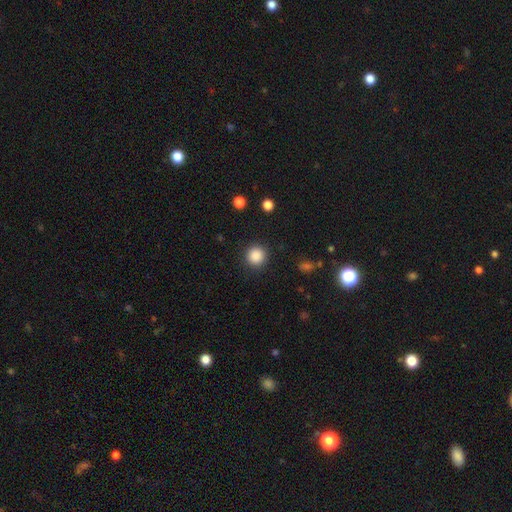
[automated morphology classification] smooth-or-featured: smooth: 87% | star or artifact: 10% | featured or disk: 3%
  how-rounded: round: 94% | in between: 5% | cigar-shaped: 1%
  merging: none: 90% | minor disturbance: 6% | major disturbance: 3% | merger: 1%